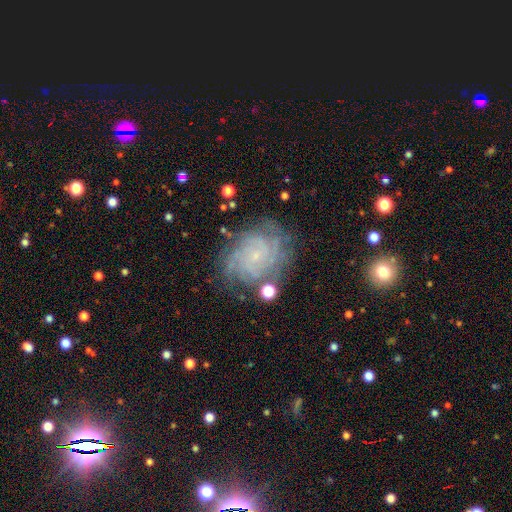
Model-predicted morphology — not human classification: Smooth or featured: featured or disk — 84% (star or artifact — 8%)
Edge-on disk: no — 98% (yes — 2%)
Bar: no — 75% (weak — 20%)
Spiral arms: yes — 97% (no — 3%)
Spiral winding: tight — 74% (medium — 21%)
Spiral arm count: can't tell — 29% (4 — 22%)
Bulge size: small — 85% (moderate — 8%)
Merging: none — 74% (minor disturbance — 16%)